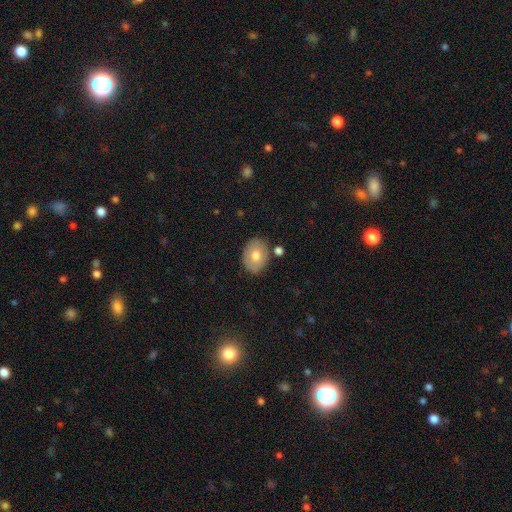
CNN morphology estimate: smooth 70%, featured or disk 22%, star or artifact 7%. Down the decision tree: how rounded — in between (68%); merging — none (78%).